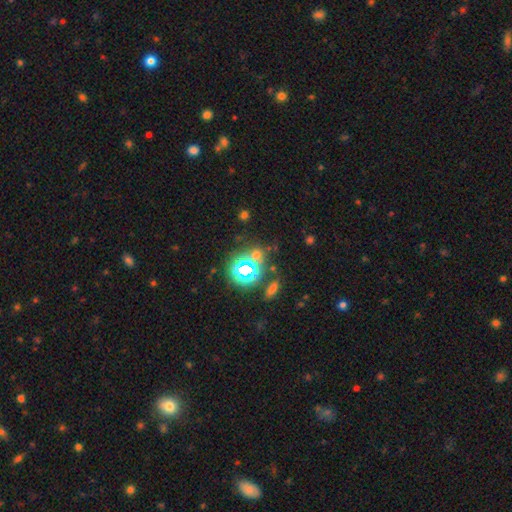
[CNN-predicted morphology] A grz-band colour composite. It shows a star or artifact, not a galaxy (61%).